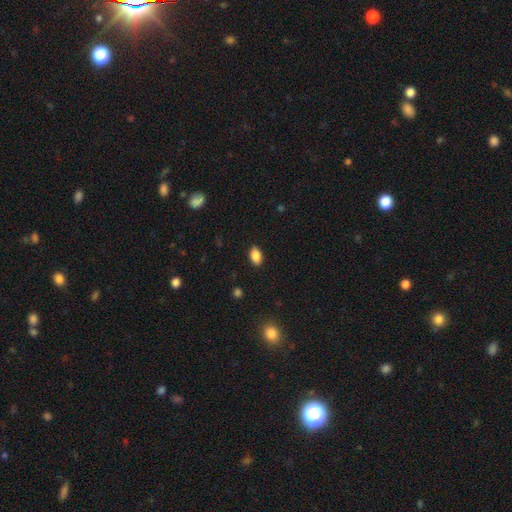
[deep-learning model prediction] The model was most divided on "smooth or featured": smooth: 87%, star or artifact: 9%, featured or disk: 4%. More confident: how rounded — in between (89%); merging — none (88%).